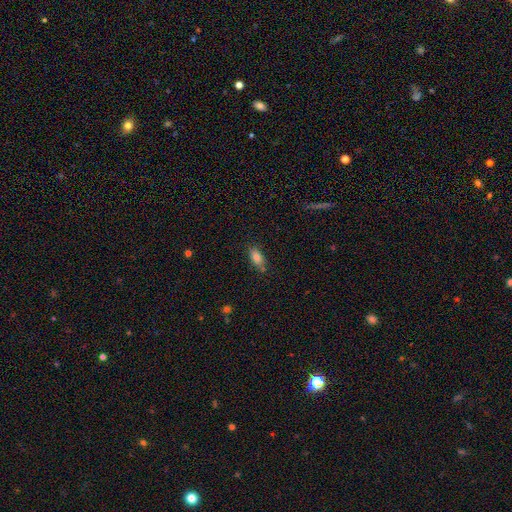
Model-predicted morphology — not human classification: smooth 78%, featured or disk 12%, star or artifact 10%. Down the decision tree: how rounded — in between (84%); merging — none (78%).